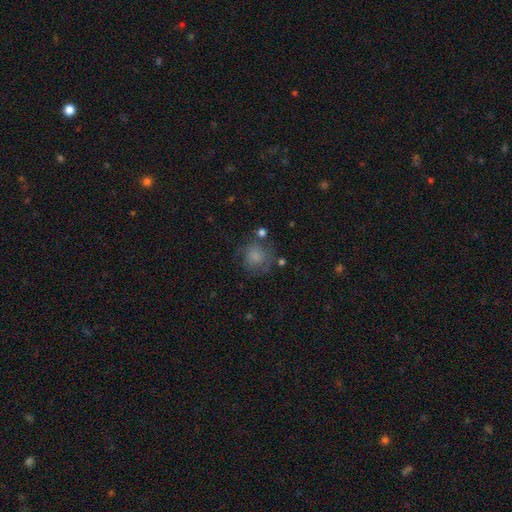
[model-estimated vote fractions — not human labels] Smooth or featured? Predicted: smooth (p=0.68). How rounded? Predicted: round (p=0.85). Merging? Predicted: none (p=0.60).